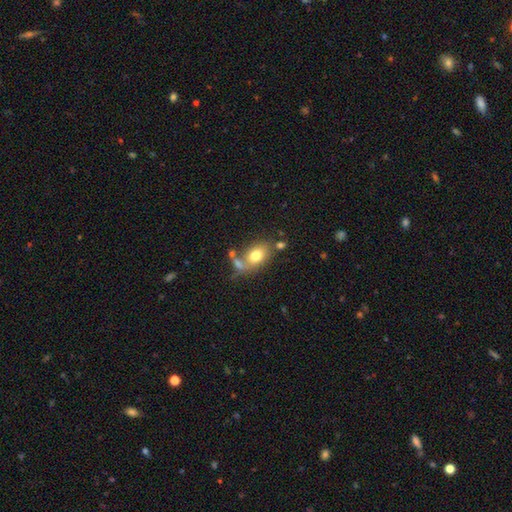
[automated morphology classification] This appears to be a smooth galaxy with no disk features (74%) that is in between round and cigar-shaped (76%). Merging: none (54%).